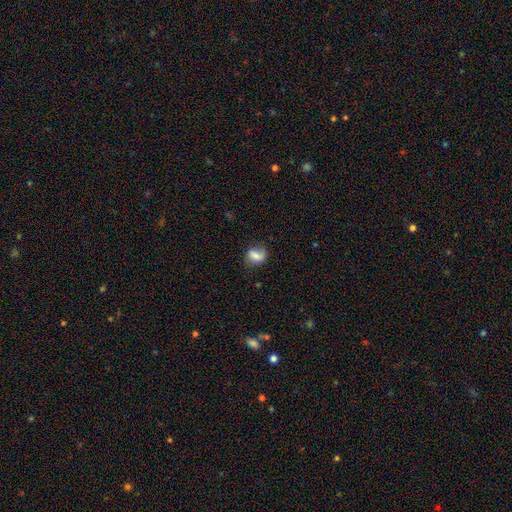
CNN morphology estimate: type=smooth (68%); roundness=in between (54%); merging=none (66%).